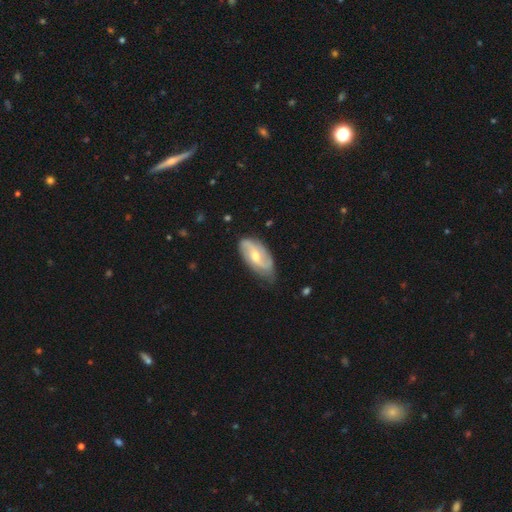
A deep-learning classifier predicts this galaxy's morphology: This is likely a featured or disk galaxy (74%). It is clearly not viewed edge-on (94%). Bar: possibly weak (47%). Spiral arm pattern: clearly yes (91%). Spiral arm count: clearly 2 (83%). Spiral winding: marginally loose (44%). Central bulge: likely moderate (64%). Merging: likely none (73%).